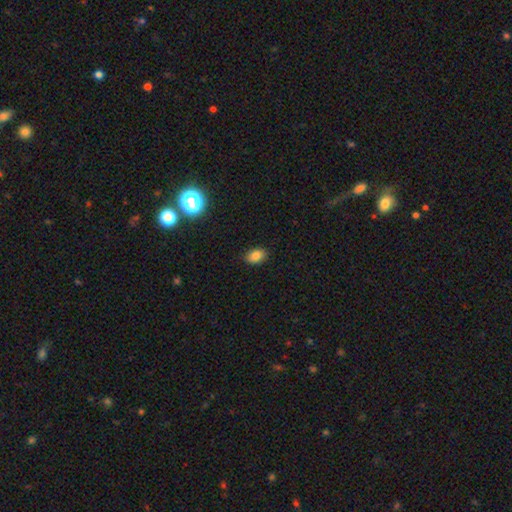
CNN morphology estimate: type=smooth (82%); roundness=in between (82%); merging=none (87%).